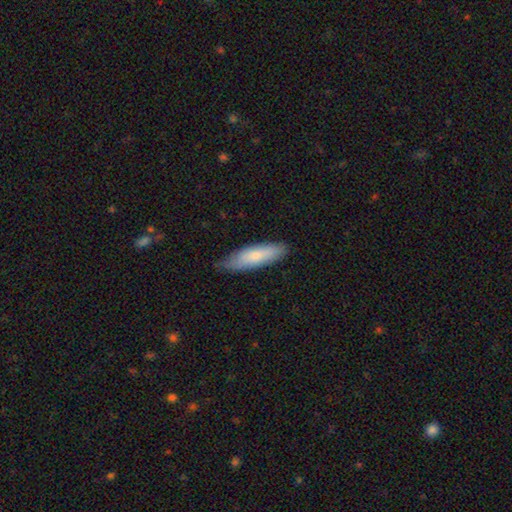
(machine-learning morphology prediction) A smooth galaxy with no disk features (78%) that is cigar-shaped (57%). Merging: none (73%).